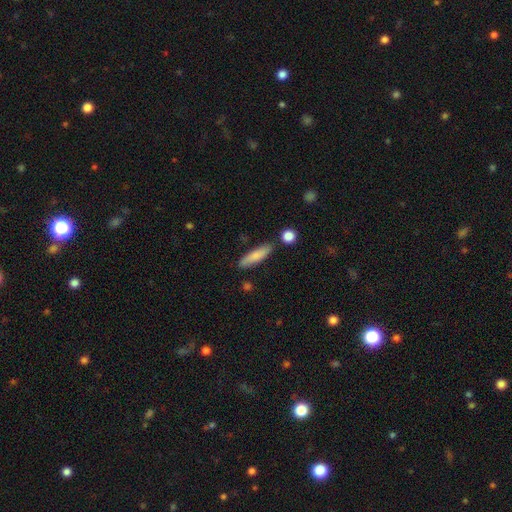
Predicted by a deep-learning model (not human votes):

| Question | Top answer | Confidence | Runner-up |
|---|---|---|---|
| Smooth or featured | smooth | 80% | featured or disk (14%) |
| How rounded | cigar-shaped | 69% | in between (29%) |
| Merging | none | 81% | minor disturbance (12%) |